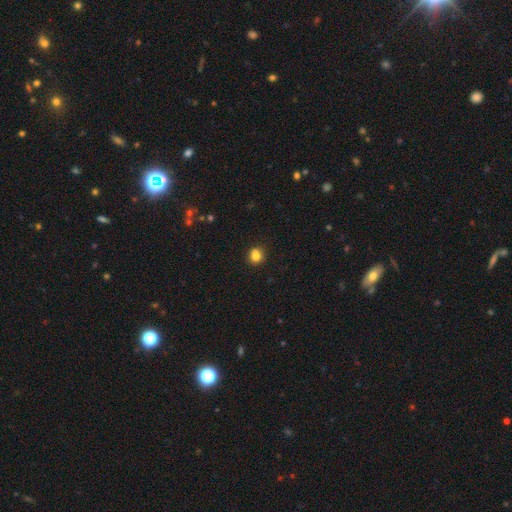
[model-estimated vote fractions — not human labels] This appears to be a smooth galaxy with no disk features (80%) that is round (76%). Merging: none (69%).